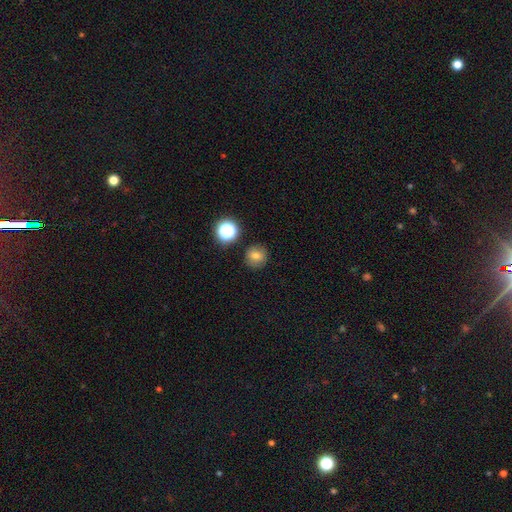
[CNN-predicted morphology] smooth 73%, star or artifact 17%, featured or disk 10%. Down the decision tree: how rounded — round (87%); merging — none (87%).